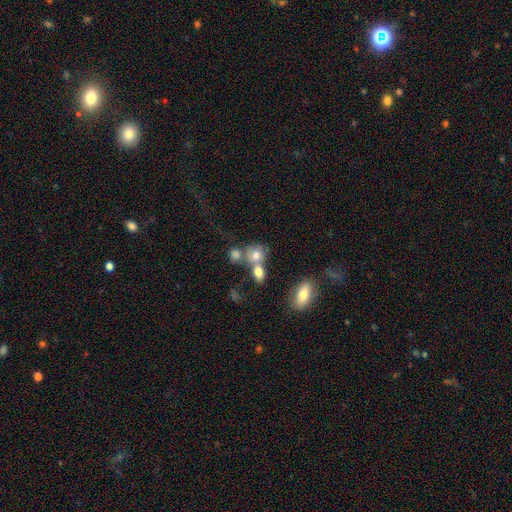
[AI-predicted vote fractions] This appears to be a smooth galaxy with no disk features (73%) that is round (54%). Merging: merger (48%).